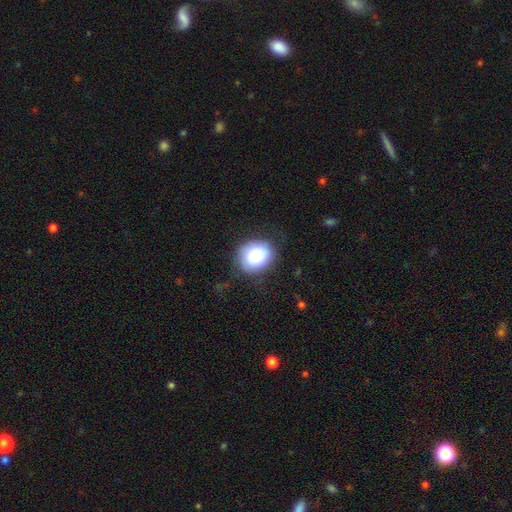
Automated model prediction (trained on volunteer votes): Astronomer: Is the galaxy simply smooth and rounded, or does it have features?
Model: smooth — 84%.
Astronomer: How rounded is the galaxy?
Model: round — 57% (runner-up: in between, 42%).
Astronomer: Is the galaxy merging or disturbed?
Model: none — 75%.